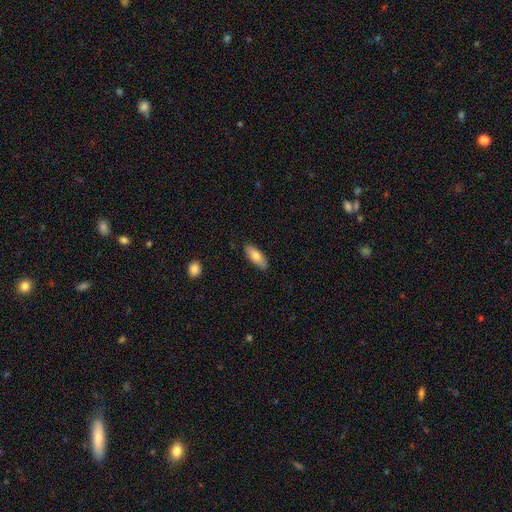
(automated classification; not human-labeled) A smooth galaxy with no disk features (74%) that is in between round and cigar-shaped (69%).

Vote fractions:
- Smooth or featured? smooth: 74% / featured or disk: 20% / star or artifact: 6%
- How rounded? in between: 69% / cigar-shaped: 29% / round: 2%
- Merging? none: 88% / minor disturbance: 9% / major disturbance: 2% / merger: 1%